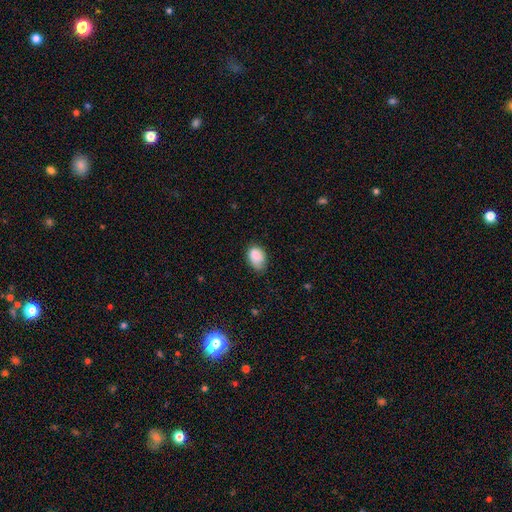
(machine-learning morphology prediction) This is clearly a smooth galaxy (86%). How rounded: clearly in between (82%). Merging: possibly none (59%).